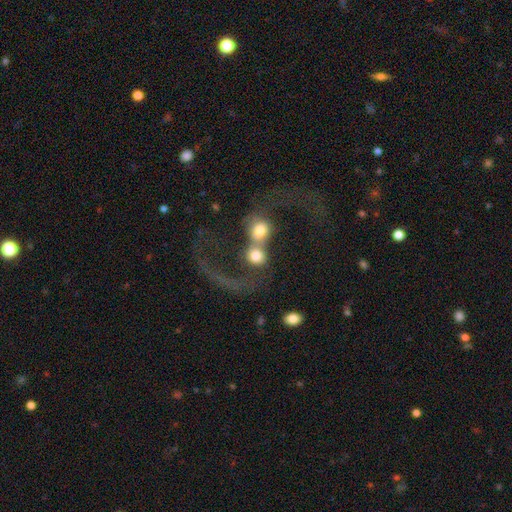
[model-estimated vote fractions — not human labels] smooth-or-featured: smooth: 62% | featured or disk: 27% | star or artifact: 11%
  how-rounded: round: 78% | in between: 20% | cigar-shaped: 2%
  merging: merger: 74% | major disturbance: 12% | none: 10% | minor disturbance: 4%